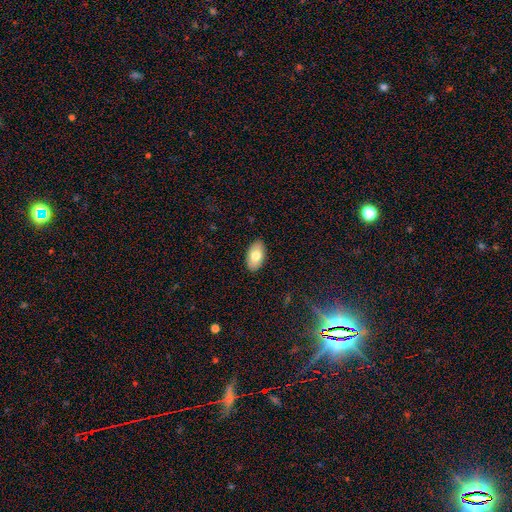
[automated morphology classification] A smooth galaxy with no disk features (75%) that is in between round and cigar-shaped (94%). Merging: none (89%).